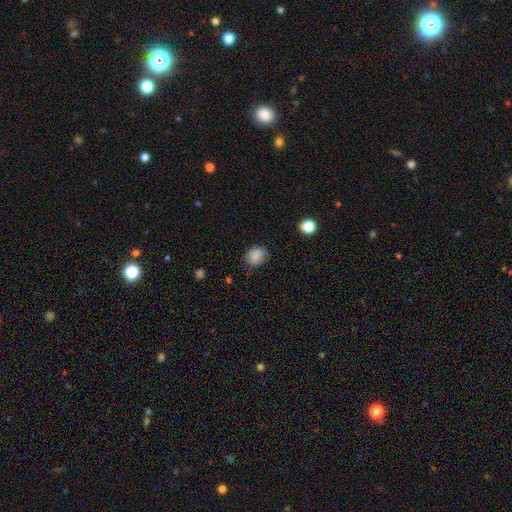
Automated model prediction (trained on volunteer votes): Overall: smooth (85%). How rounded: round (64%; in between 35%). Merging: none (76%).